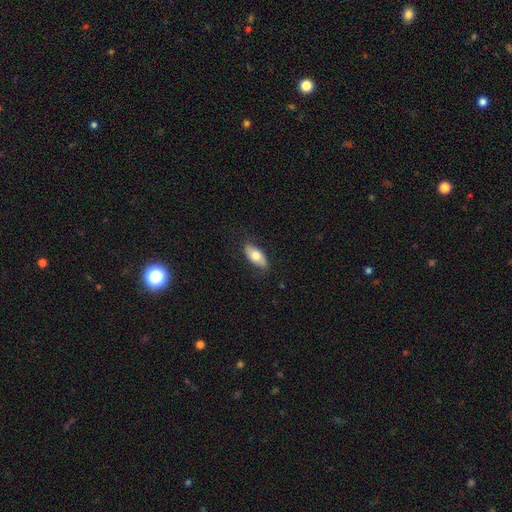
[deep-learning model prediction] Q: Smooth or featured?
A: smooth (70%); runner-up: featured or disk (25%)
Q: How rounded?
A: in between (84%); runner-up: cigar-shaped (13%)
Q: Merging?
A: none (82%); runner-up: minor disturbance (14%)